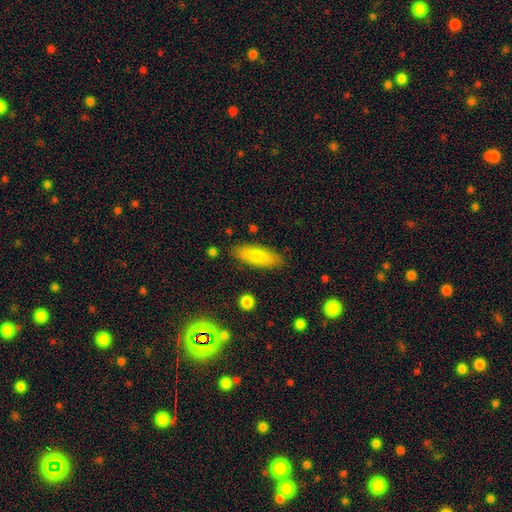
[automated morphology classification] A smooth galaxy with no disk features (78%) that is in between round and cigar-shaped (60%).

Vote fractions:
- Smooth or featured? smooth: 78% / featured or disk: 16% / star or artifact: 6%
- How rounded? in between: 60% / cigar-shaped: 37% / round: 2%
- Merging? none: 84% / minor disturbance: 11% / major disturbance: 3% / merger: 2%